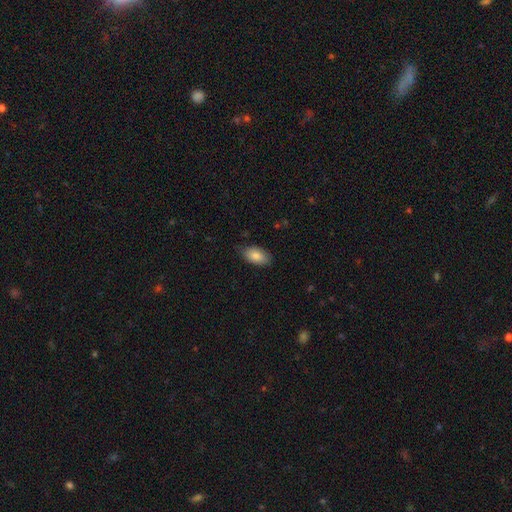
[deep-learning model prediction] smooth 85%, featured or disk 8%, star or artifact 7%. Down the decision tree: how rounded — in between (93%); merging — none (79%).